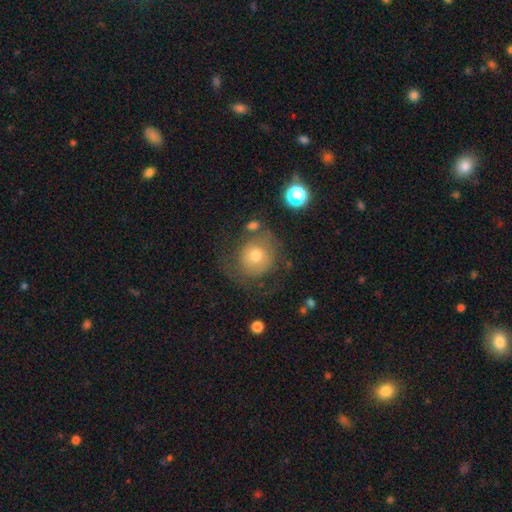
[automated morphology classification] This is possibly a smooth galaxy (55%). How rounded: clearly round (85%). Merging: possibly none (52%).